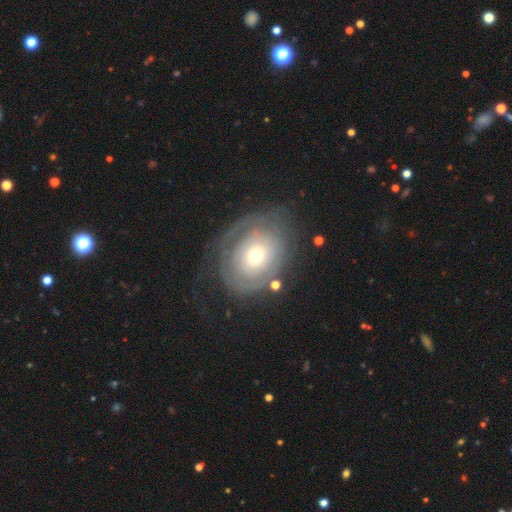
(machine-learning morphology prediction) This is likely a featured or disk galaxy (65%). It is clearly not viewed edge-on (95%). Bar: clearly no (86%). Spiral arm pattern: possibly yes (59%). Central bulge: possibly small (49%). Merging: likely none (63%).